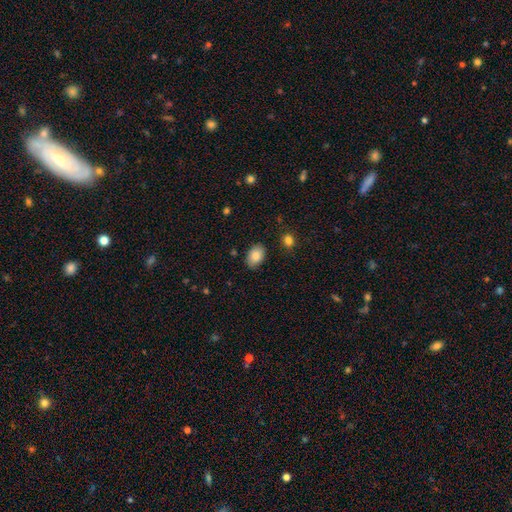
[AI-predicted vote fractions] smooth 86%, featured or disk 7%, star or artifact 7%. Down the decision tree: how rounded — in between (87%); merging — none (85%).